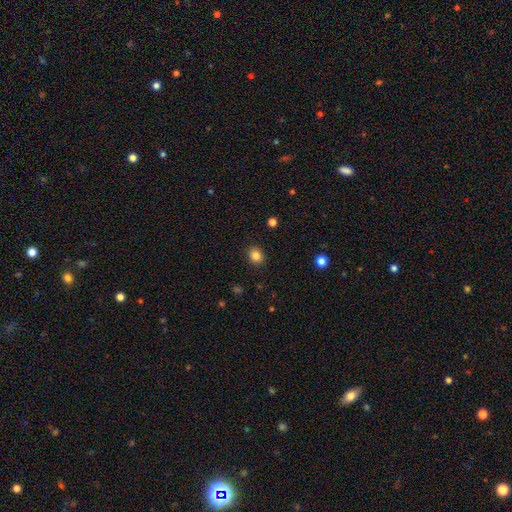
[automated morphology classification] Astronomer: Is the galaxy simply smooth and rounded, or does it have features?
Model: smooth — 85%.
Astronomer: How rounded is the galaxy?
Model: round — 63%.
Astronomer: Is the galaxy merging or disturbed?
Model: none — 90%.